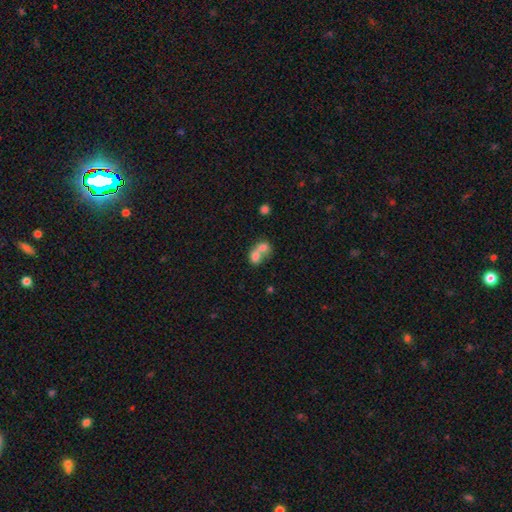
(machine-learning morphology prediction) Smooth or featured?
  - smooth: 71% *
  - featured or disk: 19%
  - star or artifact: 9%
How rounded?
  - in between: 50% *
  - round: 49%
  - cigar-shaped: 1%
Merging?
  - merger: 76% *
  - none: 17%
  - minor disturbance: 5%
  - major disturbance: 3%